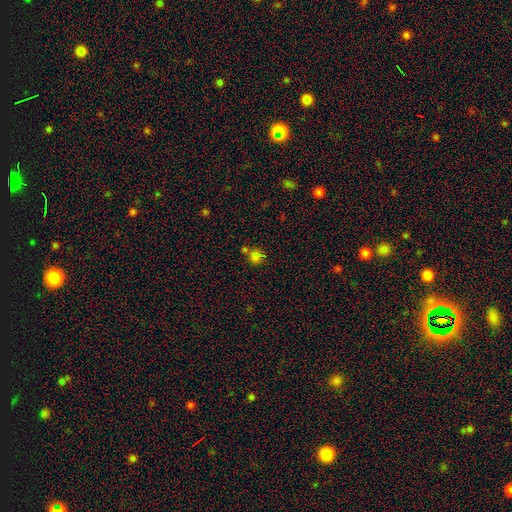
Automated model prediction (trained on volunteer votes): smooth 59%, star or artifact 32%, featured or disk 8%. Down the decision tree: how rounded — round (77%); merging — none (60%).